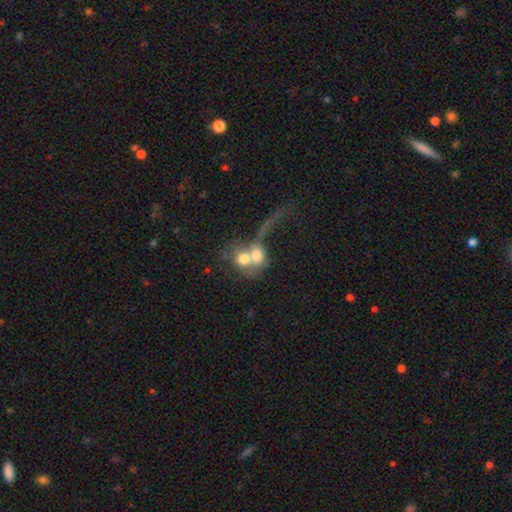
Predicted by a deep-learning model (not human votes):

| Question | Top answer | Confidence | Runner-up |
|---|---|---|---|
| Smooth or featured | smooth | 59% | featured or disk (30%) |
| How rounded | round | 58% | in between (39%) |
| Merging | merger | 72% | major disturbance (13%) |